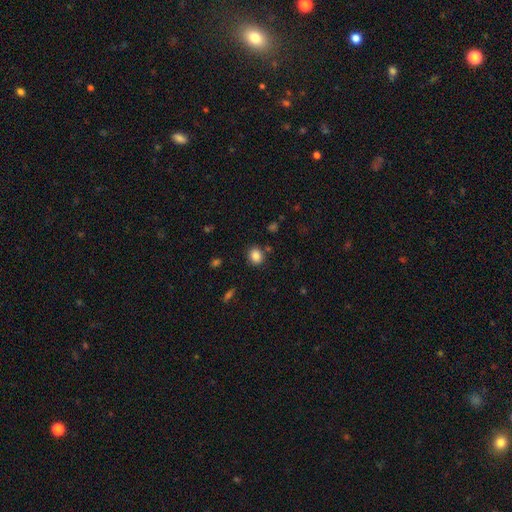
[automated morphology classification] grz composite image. It shows a smooth galaxy with no disk features (85%) that is round (66%). Merging: none (84%).